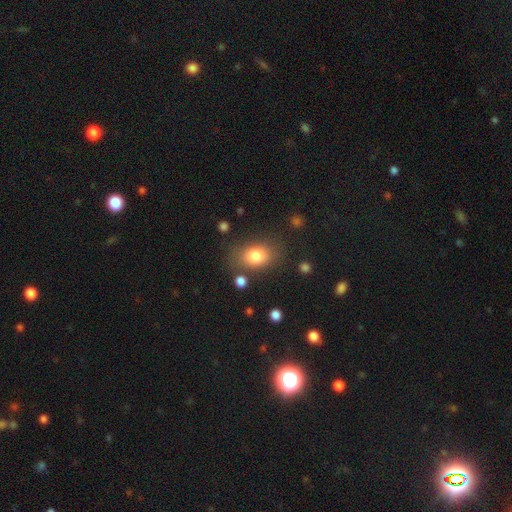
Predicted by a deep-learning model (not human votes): A smooth galaxy with no disk features (80%) that is in between round and cigar-shaped (75%).

Vote fractions:
- Smooth or featured? smooth: 80% / featured or disk: 11% / star or artifact: 9%
- How rounded? in between: 75% / round: 24% / cigar-shaped: 1%
- Merging? none: 74% / minor disturbance: 15% / major disturbance: 7% / merger: 4%